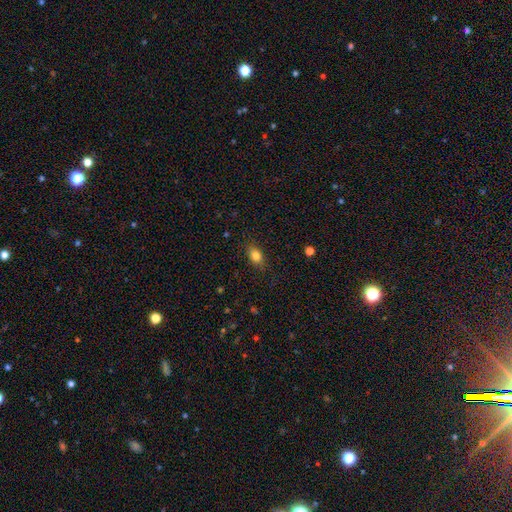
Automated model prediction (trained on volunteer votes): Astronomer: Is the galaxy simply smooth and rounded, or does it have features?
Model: smooth — 83%.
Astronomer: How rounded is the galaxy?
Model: in between — 79%.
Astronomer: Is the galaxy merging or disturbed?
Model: none — 84%.